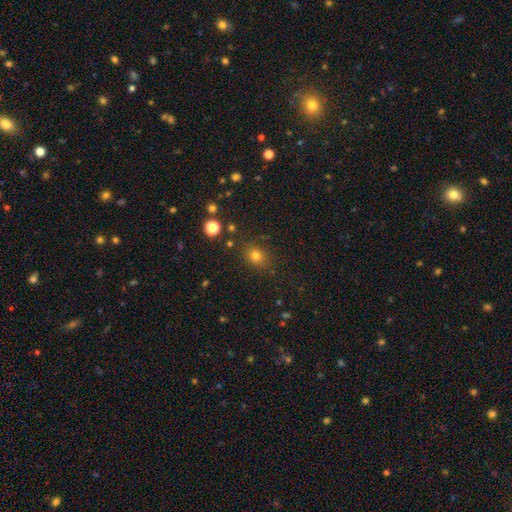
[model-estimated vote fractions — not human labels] Smooth or featured?
  - smooth: 76% *
  - star or artifact: 16%
  - featured or disk: 8%
How rounded?
  - round: 61% *
  - in between: 38%
  - cigar-shaped: 1%
Merging?
  - none: 82% *
  - minor disturbance: 12%
  - major disturbance: 4%
  - merger: 3%